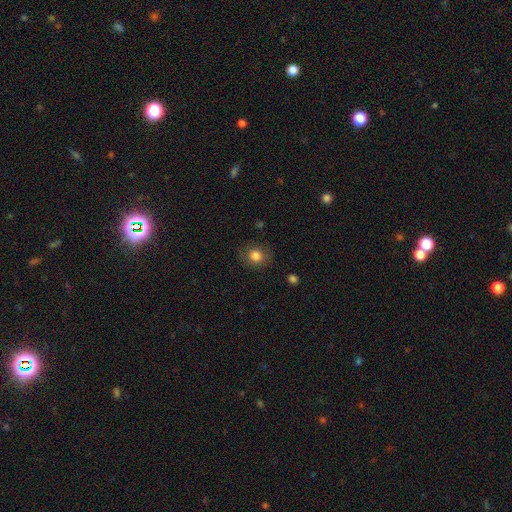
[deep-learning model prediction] smooth-or-featured: smooth: 81% | star or artifact: 11% | featured or disk: 8%
  how-rounded: round: 79% | in between: 20% | cigar-shaped: 1%
  merging: none: 83% | minor disturbance: 11% | major disturbance: 4% | merger: 1%